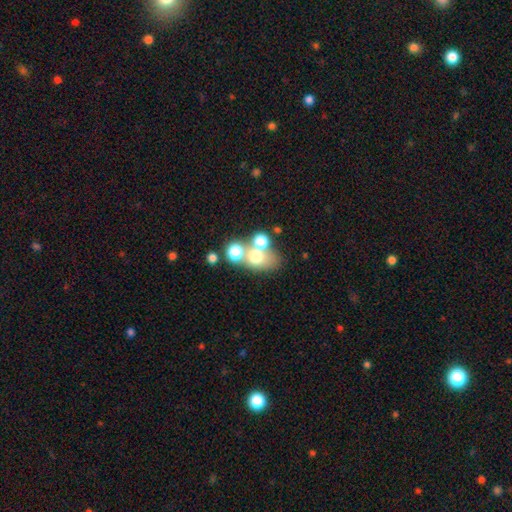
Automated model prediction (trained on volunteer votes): Overall: smooth (65%). How rounded: round (51%; in between 48%). Merging: merger (50%; none 36%).